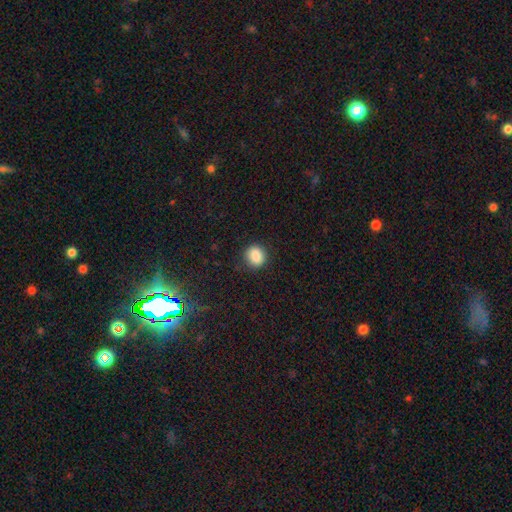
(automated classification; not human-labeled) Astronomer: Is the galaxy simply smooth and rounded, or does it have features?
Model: smooth — 86%.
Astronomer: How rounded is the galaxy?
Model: round — 70%.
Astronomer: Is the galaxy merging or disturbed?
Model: none — 87%.